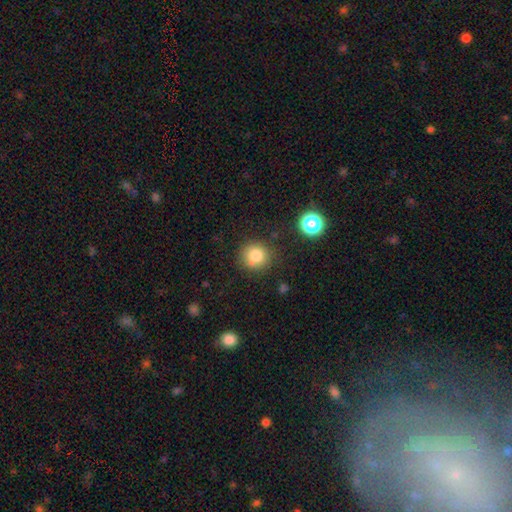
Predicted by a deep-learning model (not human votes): Smooth or featured: smooth — 81% (star or artifact — 12%)
How rounded: round — 91% (in between — 8%)
Merging: none — 80% (minor disturbance — 12%)